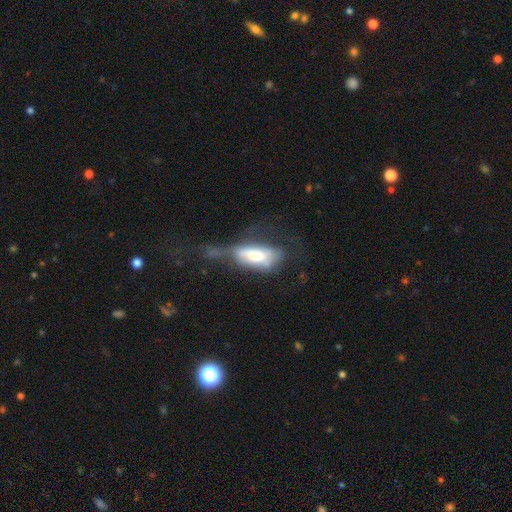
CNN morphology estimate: smooth_or_featured: smooth (p=0.57) [alt: featured or disk p=0.35]
how_rounded: in between (p=0.81) [alt: cigar-shaped p=0.16]
merging: major disturbance (p=0.51) [alt: minor disturbance p=0.21]